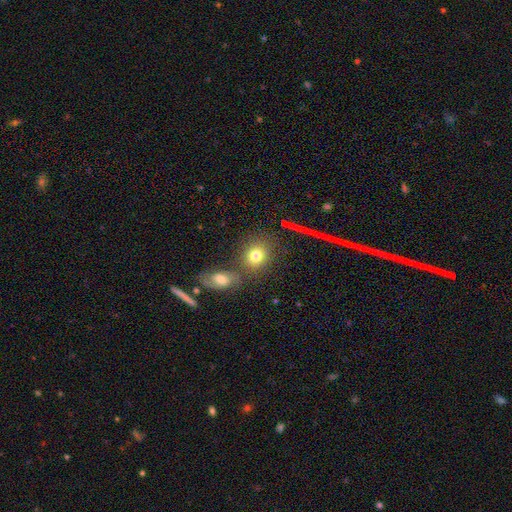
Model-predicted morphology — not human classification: Smooth or featured? Predicted: smooth (p=0.77). How rounded? Predicted: round (p=0.65). Merging? Predicted: none (p=0.70).